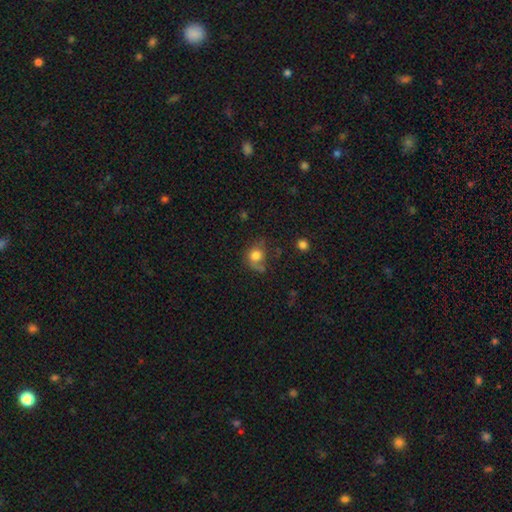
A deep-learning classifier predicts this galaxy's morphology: Overall: smooth (74%). How rounded: round (67%; in between 32%). Merging: none (42%; minor disturbance 28%).